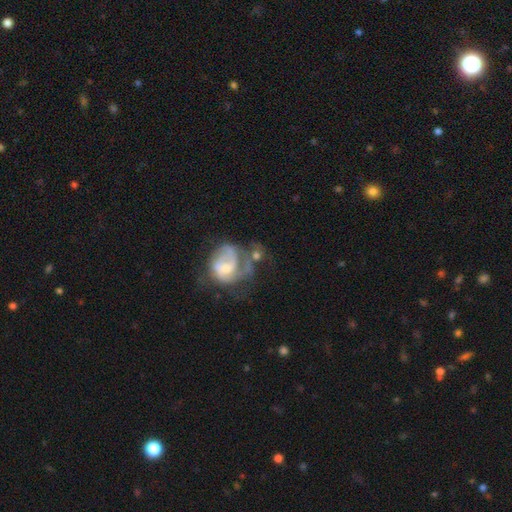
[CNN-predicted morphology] Overall: featured or disk (67%). Edge-on disk: no (97%). Bar: no (57%; weak 35%). Spiral arms: yes (79%). Spiral arm count: 2 (38%; 1 25%). Spiral winding: medium (41%; tight 36%). Bulge size: moderate (46%; small 41%). Merging: none (29%; major disturbance 27%).